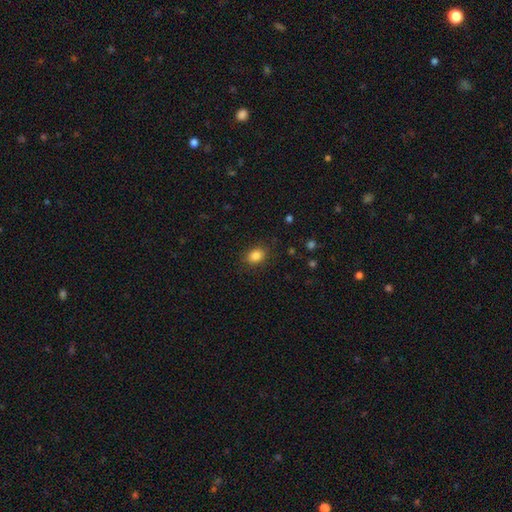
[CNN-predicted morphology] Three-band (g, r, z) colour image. It shows a smooth galaxy with no disk features (85%) that is in between round and cigar-shaped (61%). Merging: none (85%).